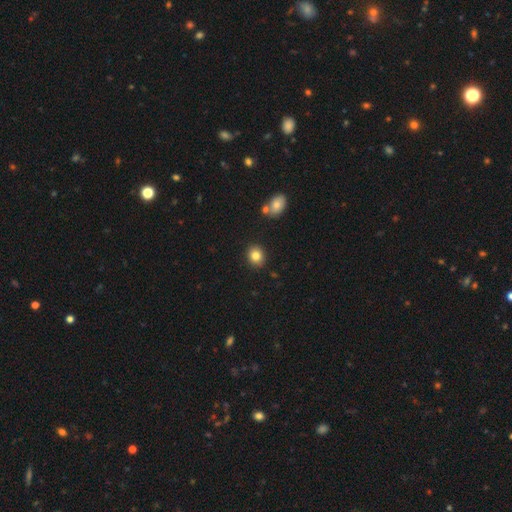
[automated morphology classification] smooth 83%, star or artifact 10%, featured or disk 7%. Down the decision tree: how rounded — round (67%); merging — none (88%).